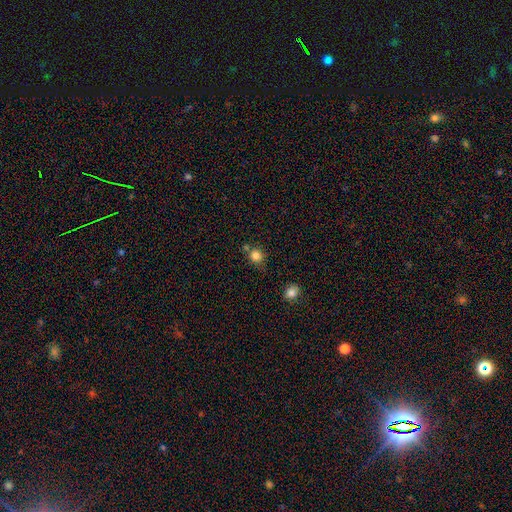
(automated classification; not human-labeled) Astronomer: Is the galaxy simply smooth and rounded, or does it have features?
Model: smooth — 82%.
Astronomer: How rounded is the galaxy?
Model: round — 85%.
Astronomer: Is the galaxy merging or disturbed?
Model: none — 66%.